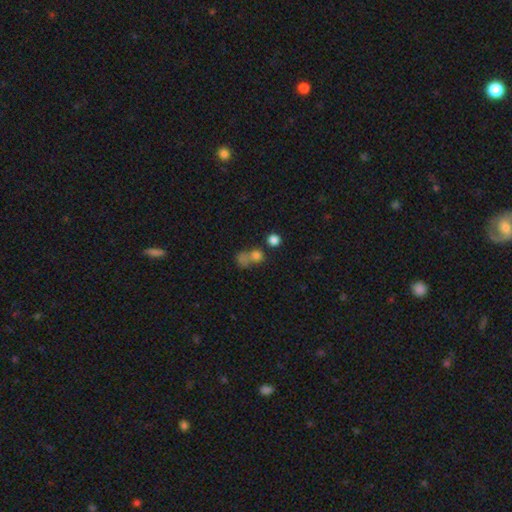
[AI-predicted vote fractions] Smooth or featured? smooth (55%)
How rounded? round (73%)
Merging? none (43%)